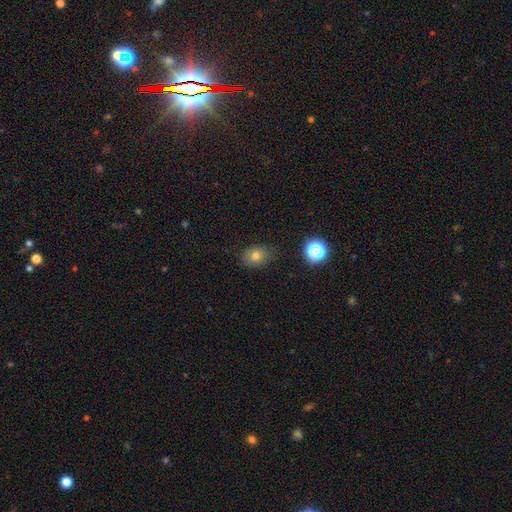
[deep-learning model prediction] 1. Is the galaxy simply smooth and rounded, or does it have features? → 74% smooth, 14% star or artifact, 12% featured or disk.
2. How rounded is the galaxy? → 62% in between, 37% round, 1% cigar-shaped.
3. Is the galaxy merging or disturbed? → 76% none, 18% minor disturbance, 4% major disturbance, 2% merger.